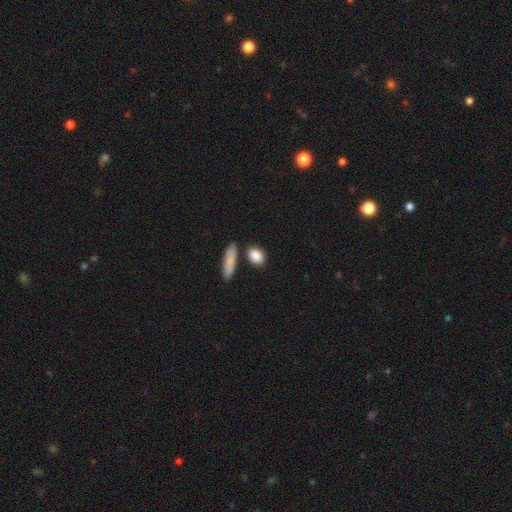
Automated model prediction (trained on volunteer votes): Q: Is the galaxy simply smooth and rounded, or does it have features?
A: smooth — 88%.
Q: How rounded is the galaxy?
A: in between — 66%.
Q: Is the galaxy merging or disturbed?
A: none — 76%.